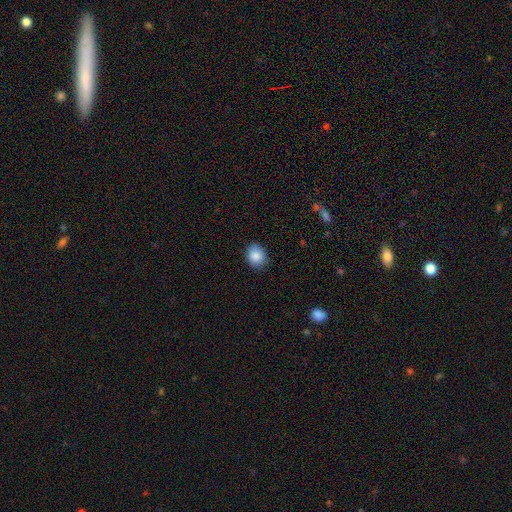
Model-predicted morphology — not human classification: smooth_or_featured: smooth (p=0.87) [alt: star or artifact p=0.08]
how_rounded: round (p=0.51) [alt: in between p=0.48]
merging: none (p=0.84) [alt: minor disturbance p=0.13]